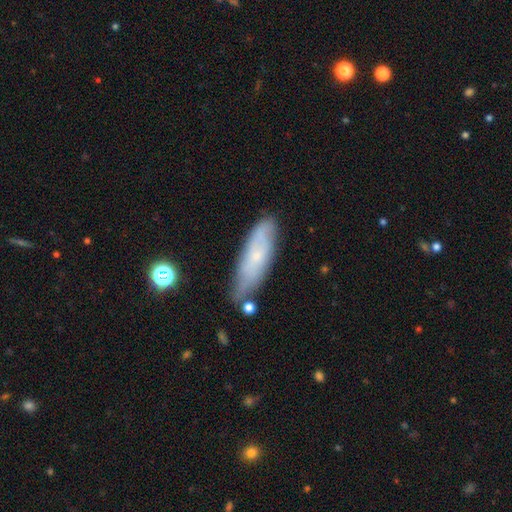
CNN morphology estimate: smooth_or_featured: smooth (p=0.49) [alt: featured or disk p=0.43]
merging: none (p=0.66) [alt: minor disturbance p=0.24]